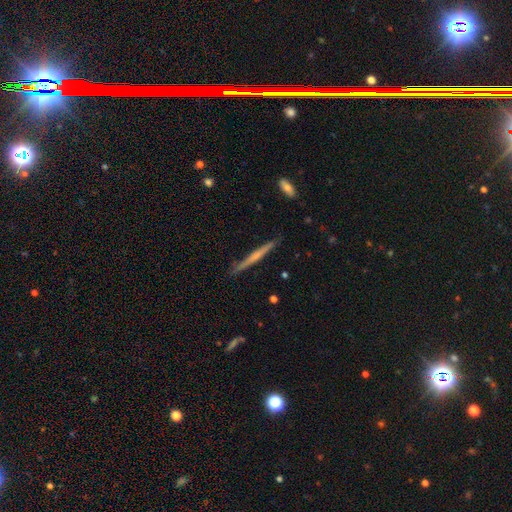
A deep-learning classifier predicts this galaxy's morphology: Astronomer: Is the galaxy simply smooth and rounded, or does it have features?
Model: featured or disk — 56% (runner-up: smooth, 39%).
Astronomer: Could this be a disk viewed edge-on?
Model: yes — 98%.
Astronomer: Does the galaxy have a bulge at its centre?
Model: none — 62%.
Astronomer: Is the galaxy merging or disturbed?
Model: none — 88%.